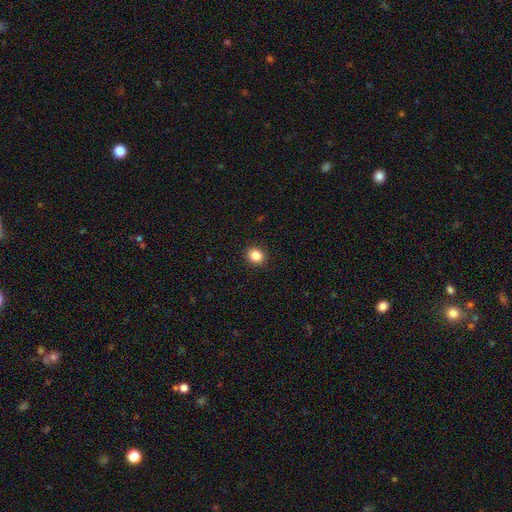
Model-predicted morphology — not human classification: Q: Smooth or featured?
A: smooth (85%); runner-up: star or artifact (11%)
Q: How rounded?
A: round (77%); runner-up: in between (22%)
Q: Merging?
A: none (92%); runner-up: minor disturbance (5%)